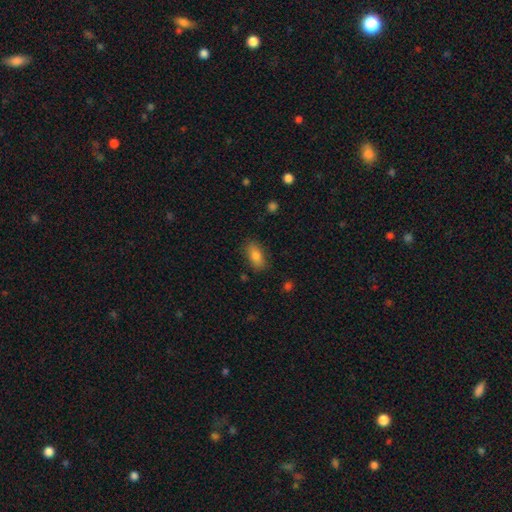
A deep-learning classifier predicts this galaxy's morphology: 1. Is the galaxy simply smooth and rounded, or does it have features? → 81% smooth, 11% featured or disk, 8% star or artifact.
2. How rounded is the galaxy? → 88% in between, 6% cigar-shaped, 5% round.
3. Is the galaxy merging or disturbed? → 84% none, 12% minor disturbance, 3% major disturbance, 1% merger.